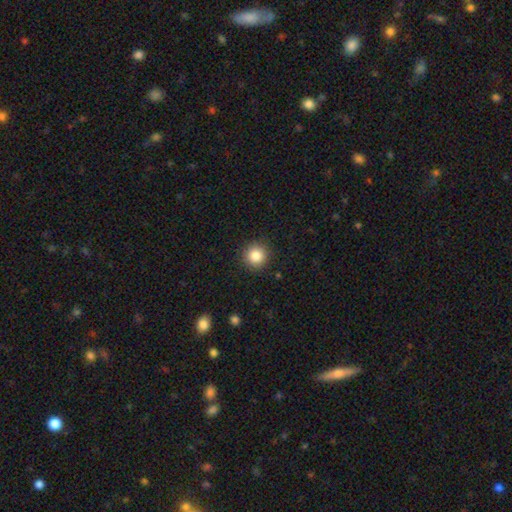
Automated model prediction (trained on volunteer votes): Morphology: type=smooth (84%); roundness=round (95%); merging=none (91%).